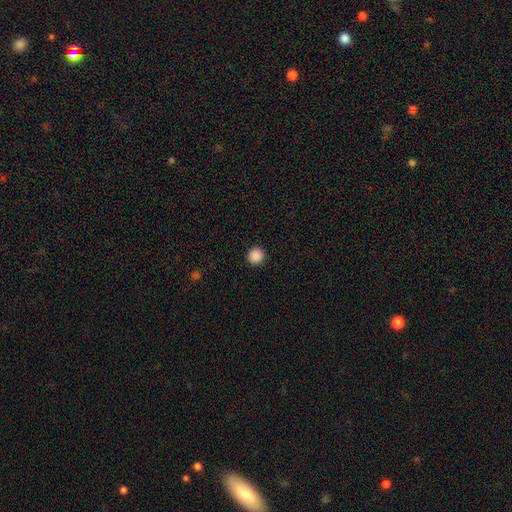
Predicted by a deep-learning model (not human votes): smooth-or-featured: smooth: 88% | star or artifact: 10% | featured or disk: 2%
  how-rounded: round: 95% | in between: 4% | cigar-shaped: 1%
  merging: none: 93% | minor disturbance: 5% | major disturbance: 2% | merger: 1%